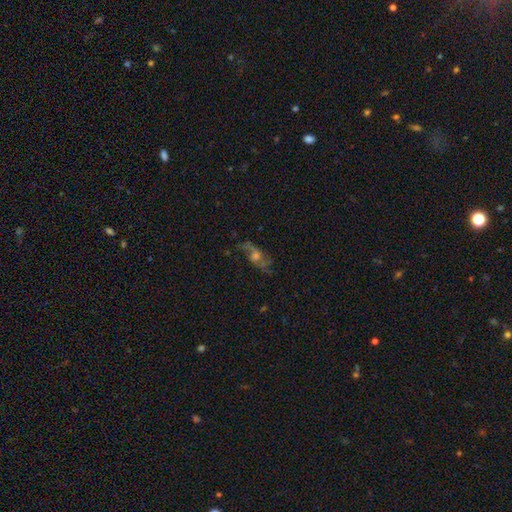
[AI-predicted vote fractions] Overall: featured or disk (63%). Edge-on disk: no (82%). Bar: no (67%). Spiral arms: yes (80%). Bulge size: moderate (51%; small 26%). Merging: none (63%).